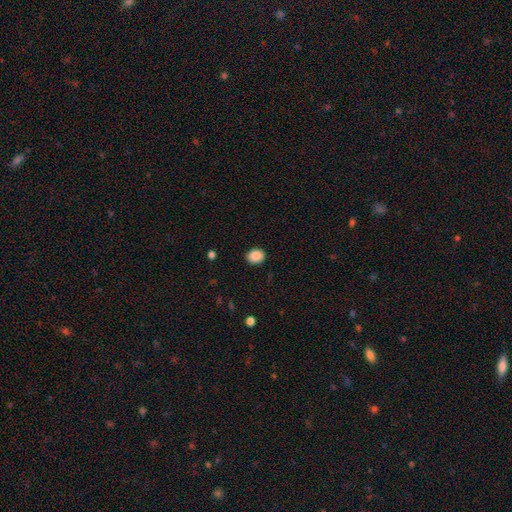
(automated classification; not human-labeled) Morphology: type=smooth (89%); roundness=in between (51%); merging=none (87%).